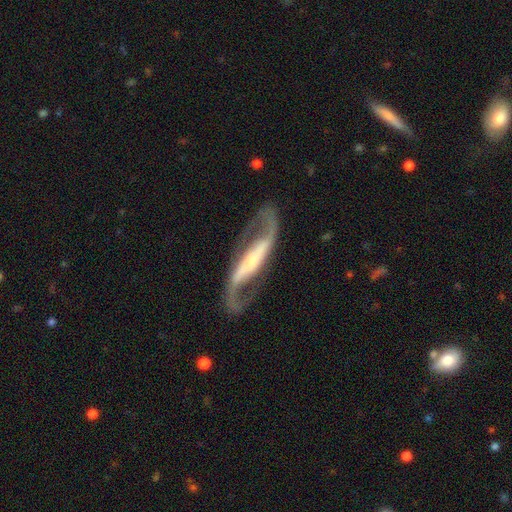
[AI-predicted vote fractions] Morphology: type=featured or disk (91%); edge-on=no (91%); bar=strong (63%); spiral arms=yes (97%); winding=loose (45%); arm count=2 (94%); bulge=small (44%); merging=none (81%).